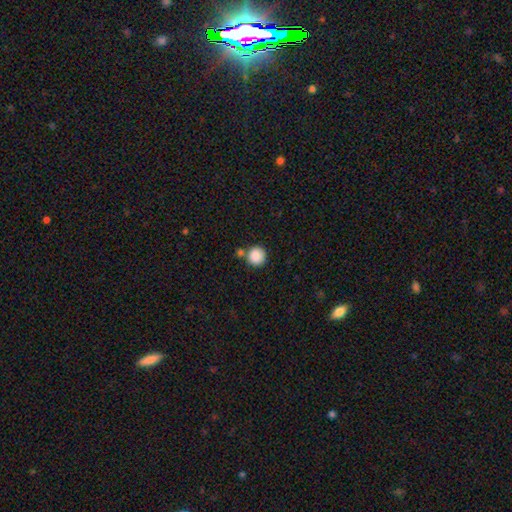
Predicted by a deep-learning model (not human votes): A smooth galaxy with no disk features (87%) that is round (93%). Merging: none (70%).